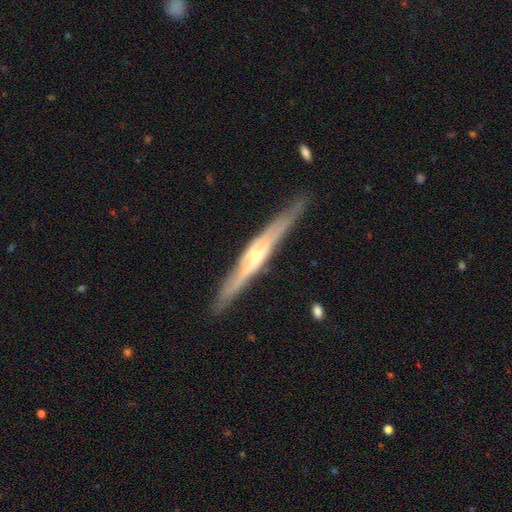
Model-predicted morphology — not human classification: smooth-or-featured: featured or disk: 81% | smooth: 14% | star or artifact: 5%
  disk-edge-on: yes: 95% | no: 5%
    edge-on-bulge: rounded: 80% | none: 12% | boxy: 8%
  merging: none: 87% | minor disturbance: 10% | major disturbance: 2% | merger: 1%